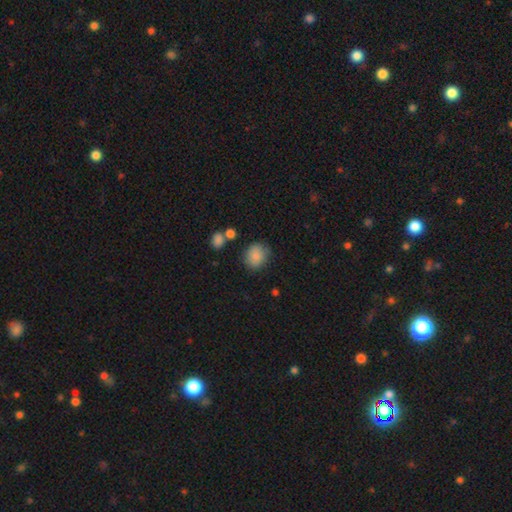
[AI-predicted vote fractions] Overall: smooth (84%). How rounded: round (66%; in between 33%). Merging: none (75%).